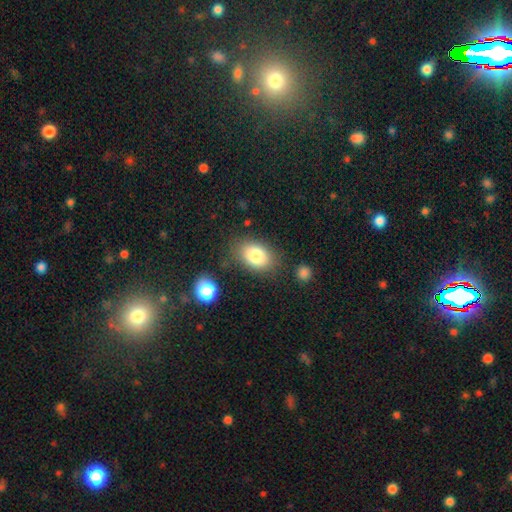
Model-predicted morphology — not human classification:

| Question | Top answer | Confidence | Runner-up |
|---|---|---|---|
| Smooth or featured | smooth | 82% | featured or disk (10%) |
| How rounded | in between | 80% | round (19%) |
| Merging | none | 78% | minor disturbance (13%) |